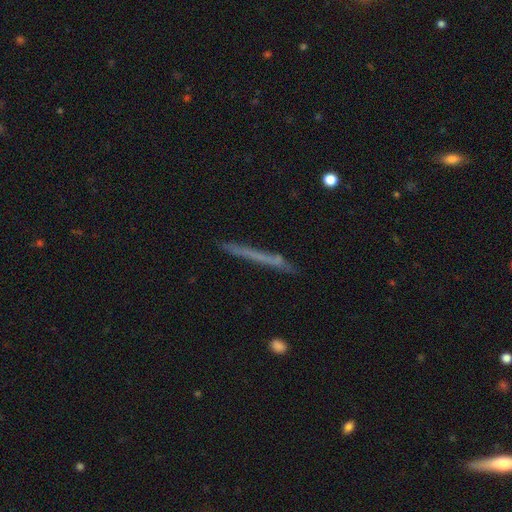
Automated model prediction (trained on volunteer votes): A smooth galaxy with no disk features (50%). Merging: none (86%).